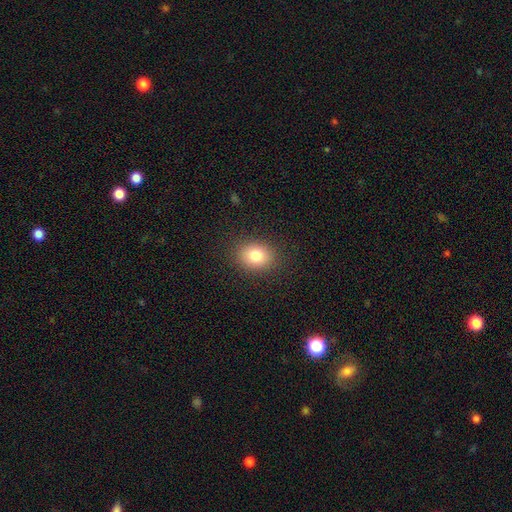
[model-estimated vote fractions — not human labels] A smooth galaxy with no disk features (81%) that is round (55%). Merging: none (88%).